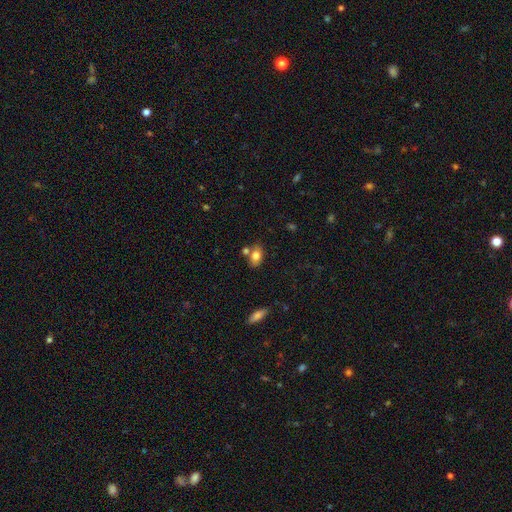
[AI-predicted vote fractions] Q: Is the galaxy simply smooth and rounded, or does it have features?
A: smooth — 77%.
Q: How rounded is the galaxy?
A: in between — 84%.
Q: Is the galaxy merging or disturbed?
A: none — 62%.